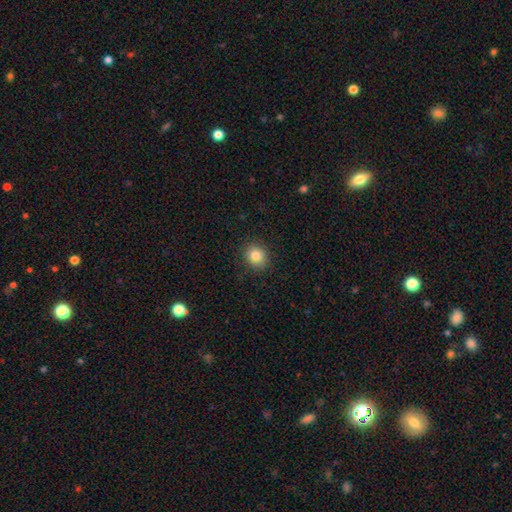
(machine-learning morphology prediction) Smooth or featured: smooth — 83% (star or artifact — 10%)
How rounded: round — 78% (in between — 21%)
Merging: none — 89% (minor disturbance — 7%)